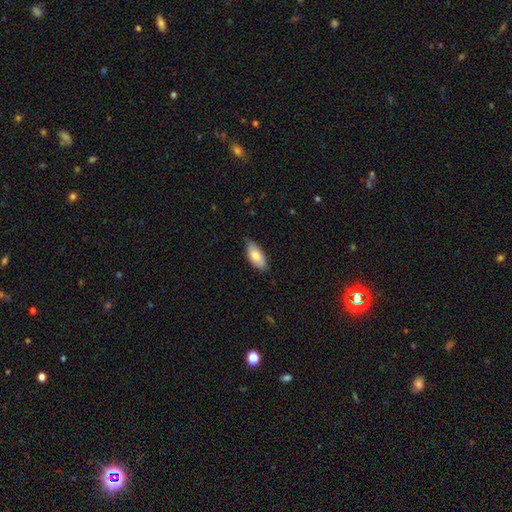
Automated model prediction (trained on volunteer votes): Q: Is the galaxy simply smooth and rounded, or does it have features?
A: smooth — 77%.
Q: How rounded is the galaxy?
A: in between — 87%.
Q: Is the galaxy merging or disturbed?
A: none — 71%.